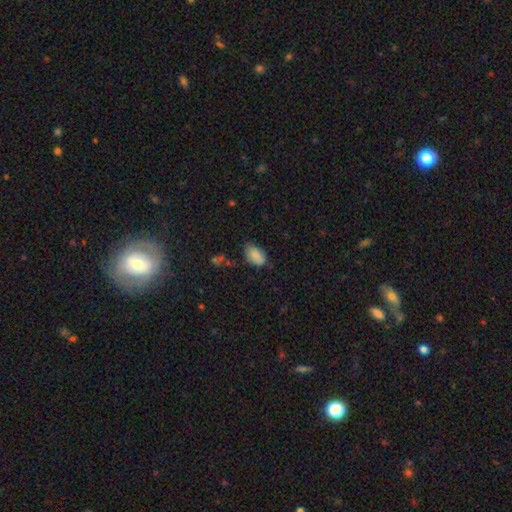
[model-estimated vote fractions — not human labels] Smooth or featured?
  - smooth: 84% *
  - star or artifact: 8%
  - featured or disk: 8%
How rounded?
  - in between: 93% *
  - round: 6%
  - cigar-shaped: 2%
Merging?
  - none: 65% *
  - minor disturbance: 27%
  - major disturbance: 5%
  - merger: 2%